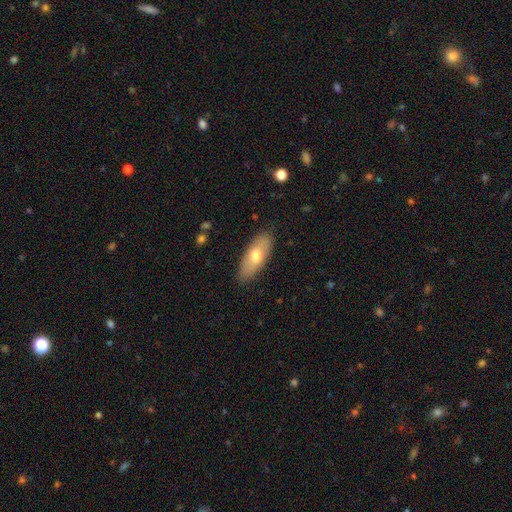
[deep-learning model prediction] smooth_or_featured: smooth (p=0.66) [alt: featured or disk p=0.28]
how_rounded: in between (p=0.78) [alt: cigar-shaped p=0.19]
merging: none (p=0.86) [alt: minor disturbance p=0.11]